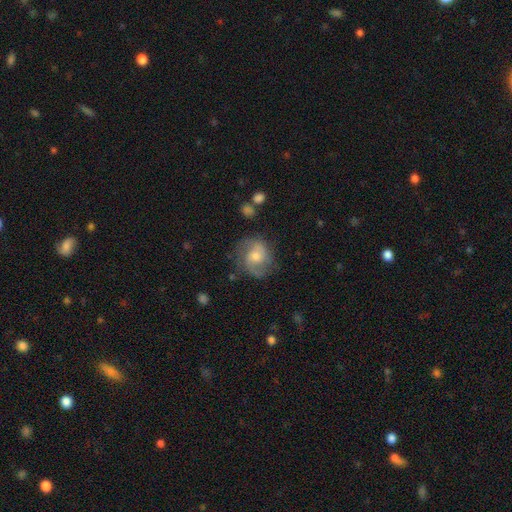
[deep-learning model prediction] A featured or disk galaxy (69%) with no bar (57%), 2 (81%) medium (49%) spiral arms (91%) and a moderate central bulge (54%). Merging: none (74%).